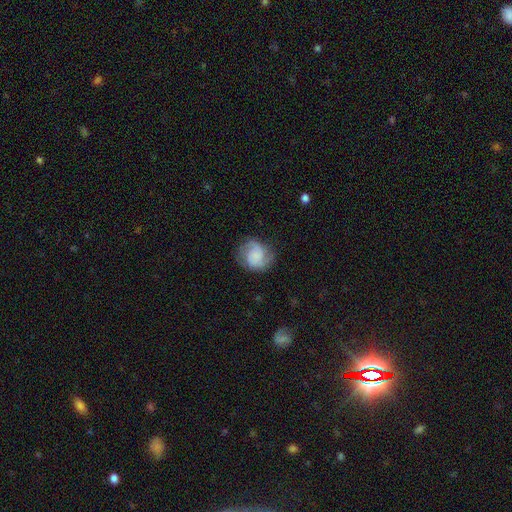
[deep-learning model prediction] Smooth or featured? featured or disk (60%)
Edge-on disk? no (98%)
Bar? no (69%)
Spiral arms? yes (92%)
Spiral winding? medium (44%)
Spiral arm count? 2 (70%)
Bulge size? none (47%)
Merging? none (71%)